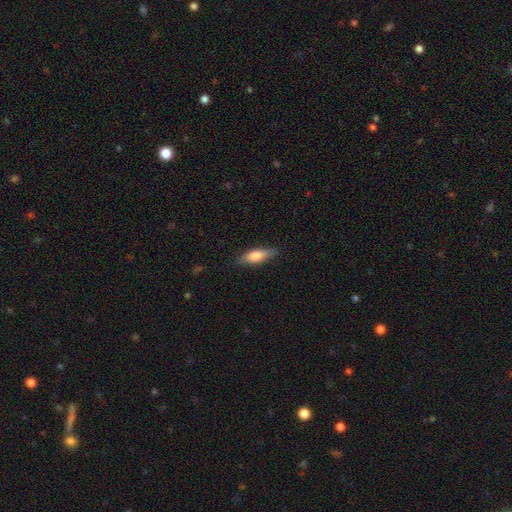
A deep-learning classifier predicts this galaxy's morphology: smooth-or-featured: smooth: 72% | featured or disk: 22% | star or artifact: 6%
  how-rounded: in between: 54% | cigar-shaped: 44% | round: 2%
  merging: none: 82% | minor disturbance: 14% | major disturbance: 3% | merger: 1%